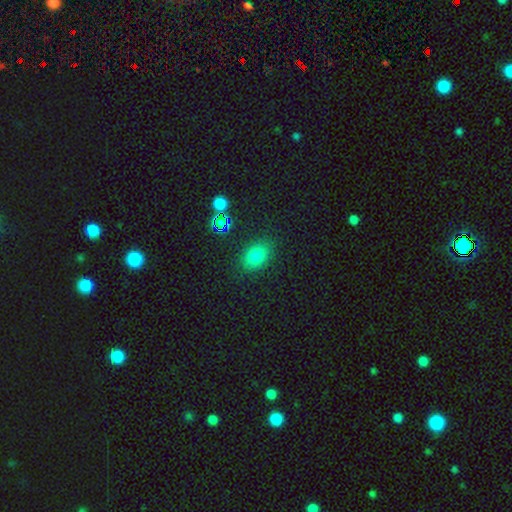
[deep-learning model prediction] Overall: smooth (76%). How rounded: in between (73%). Merging: none (83%).